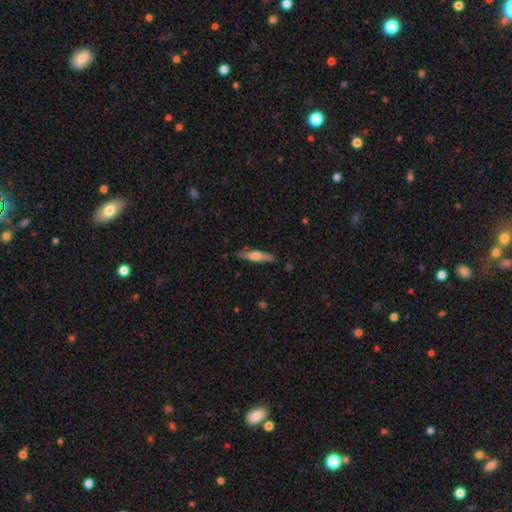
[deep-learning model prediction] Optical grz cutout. It shows a smooth galaxy with no disk features (55%) that is cigar-shaped (80%). Merging: none (83%).